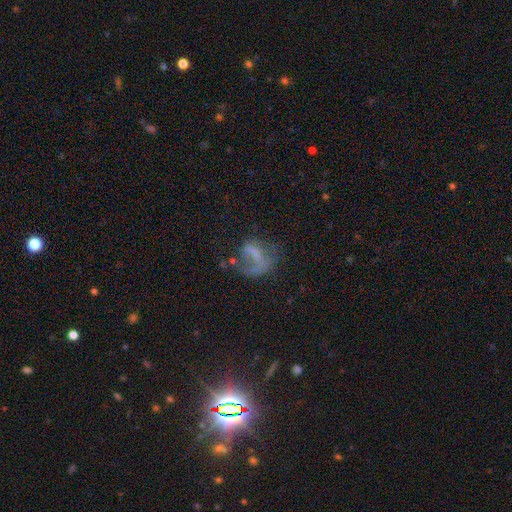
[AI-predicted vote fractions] A featured or disk galaxy (50%).

Vote fractions:
- Smooth or featured? featured or disk: 50% / smooth: 34% / star or artifact: 17%
- Merging? major disturbance: 43% / none: 33% / minor disturbance: 18% / merger: 6%